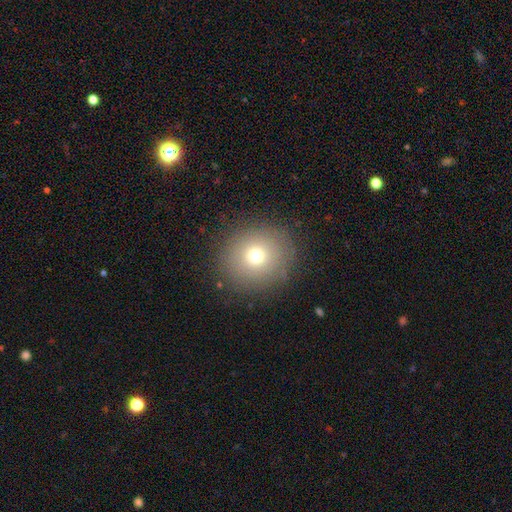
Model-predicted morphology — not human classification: Smooth or featured?
  - smooth: 70% *
  - star or artifact: 16%
  - featured or disk: 14%
How rounded?
  - round: 89% *
  - in between: 10%
  - cigar-shaped: 1%
Merging?
  - none: 87% *
  - minor disturbance: 7%
  - major disturbance: 4%
  - merger: 1%